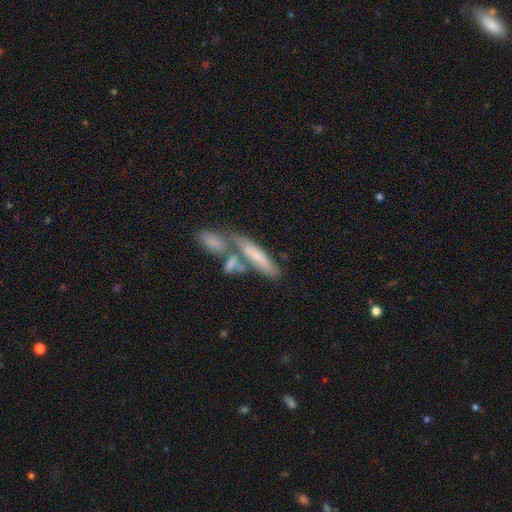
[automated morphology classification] Smooth or featured?
  - smooth: 56% *
  - featured or disk: 36%
  - star or artifact: 8%
How rounded?
  - cigar-shaped: 63% *
  - in between: 34%
  - round: 3%
Merging?
  - merger: 51% *
  - none: 31%
  - minor disturbance: 11%
  - major disturbance: 7%